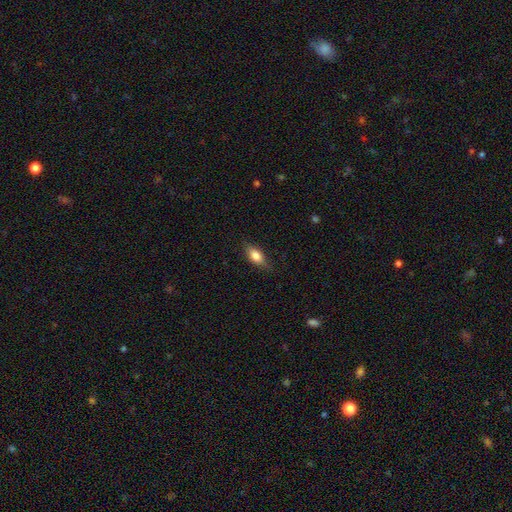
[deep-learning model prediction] Smooth or featured?
  - smooth: 79% *
  - featured or disk: 13%
  - star or artifact: 7%
How rounded?
  - in between: 82% *
  - cigar-shaped: 12%
  - round: 6%
Merging?
  - none: 78% *
  - minor disturbance: 17%
  - major disturbance: 4%
  - merger: 1%